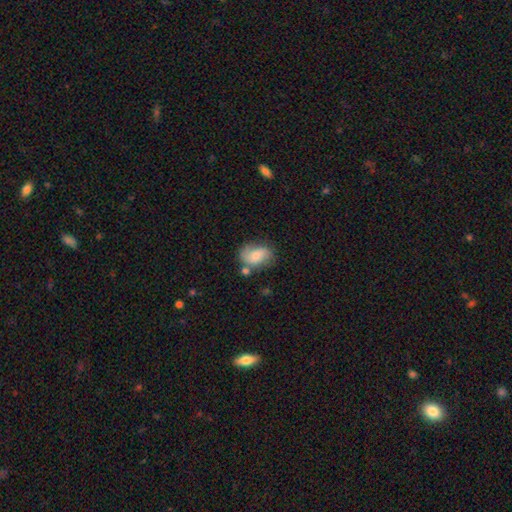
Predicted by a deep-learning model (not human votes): Q: Smooth or featured?
A: smooth (58%); runner-up: featured or disk (34%)
Q: How rounded?
A: in between (79%); runner-up: round (19%)
Q: Merging?
A: none (55%); runner-up: minor disturbance (24%)